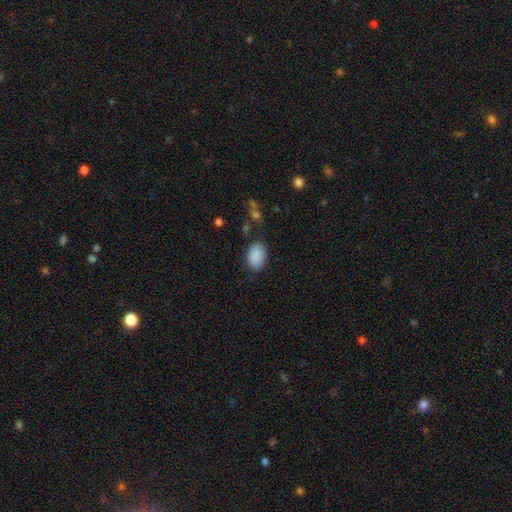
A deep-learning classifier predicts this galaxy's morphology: Q: Smooth or featured?
A: smooth (90%); runner-up: star or artifact (7%)
Q: How rounded?
A: in between (88%); runner-up: round (11%)
Q: Merging?
A: none (83%); runner-up: minor disturbance (12%)